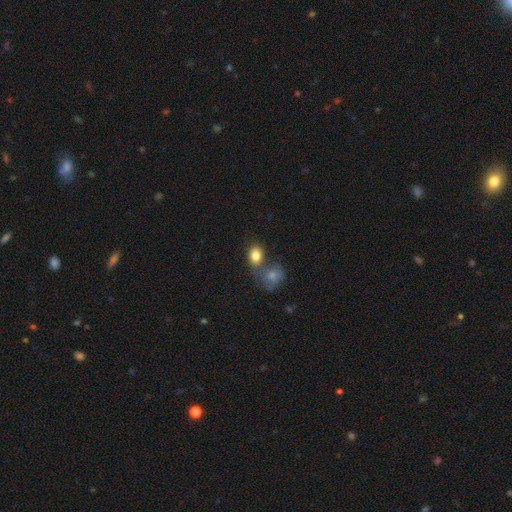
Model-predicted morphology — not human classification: Q: Smooth or featured?
A: smooth (82%); runner-up: star or artifact (10%)
Q: How rounded?
A: in between (62%); runner-up: round (37%)
Q: Merging?
A: none (52%); runner-up: merger (31%)